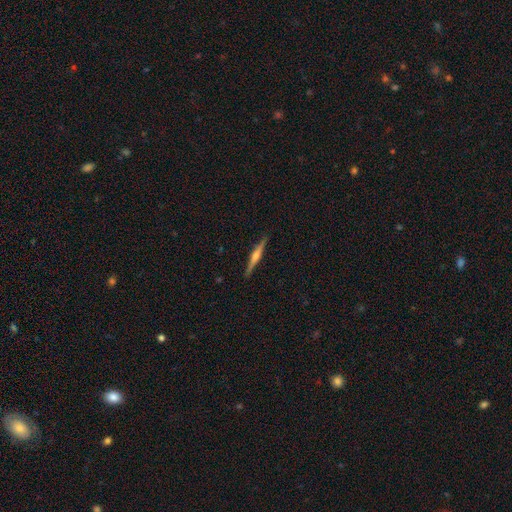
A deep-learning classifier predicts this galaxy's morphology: Smooth or featured? Predicted: featured or disk (p=0.72). Edge-on disk? Predicted: yes (p=0.98). Edge-on bulge? Predicted: rounded (p=0.78). Merging? Predicted: none (p=0.91).